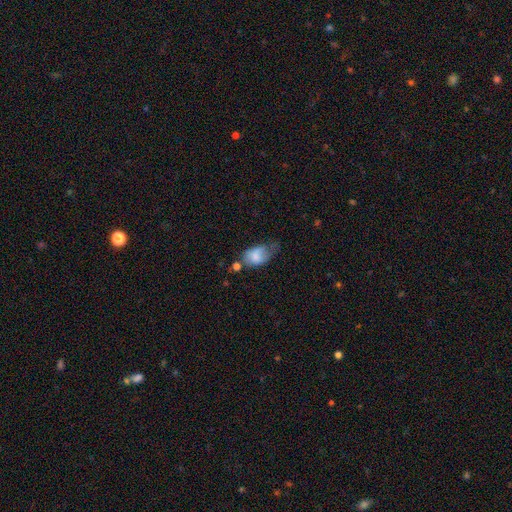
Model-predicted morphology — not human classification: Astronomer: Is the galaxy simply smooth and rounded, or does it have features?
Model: smooth — 71%.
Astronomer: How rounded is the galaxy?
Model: in between — 87%.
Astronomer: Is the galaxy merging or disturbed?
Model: minor disturbance — 37% (runner-up: none, 27%).